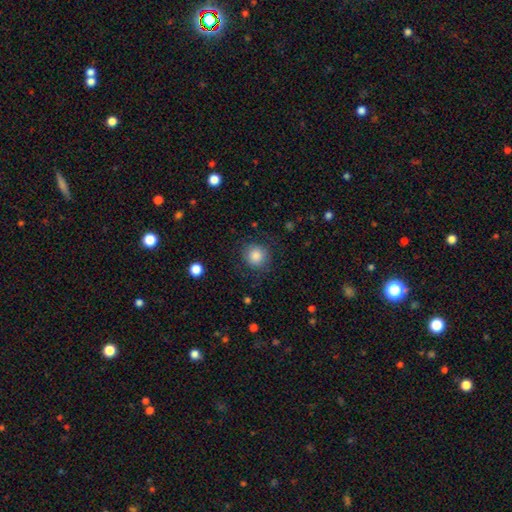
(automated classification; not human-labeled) Smooth or featured: smooth — 84% (star or artifact — 9%)
How rounded: round — 91% (in between — 8%)
Merging: none — 81% (minor disturbance — 12%)